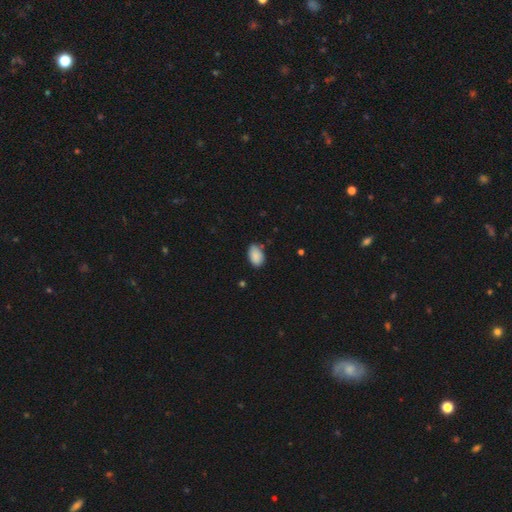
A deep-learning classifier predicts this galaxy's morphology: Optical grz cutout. It shows a smooth galaxy with no disk features (89%) that is in between round and cigar-shaped (91%). Merging: none (78%).